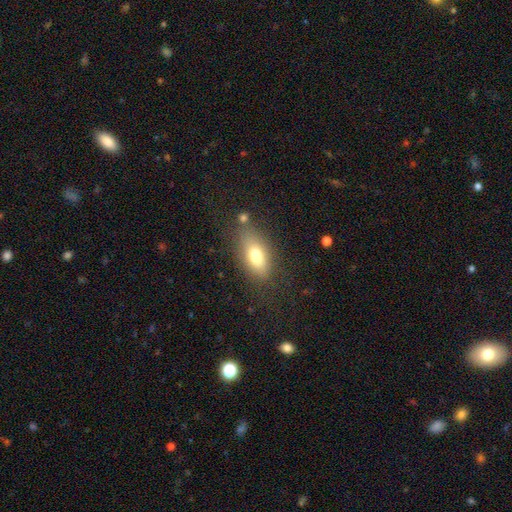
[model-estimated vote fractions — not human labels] This is likely a smooth galaxy (74%). How rounded: clearly in between (84%). Merging: likely none (73%).